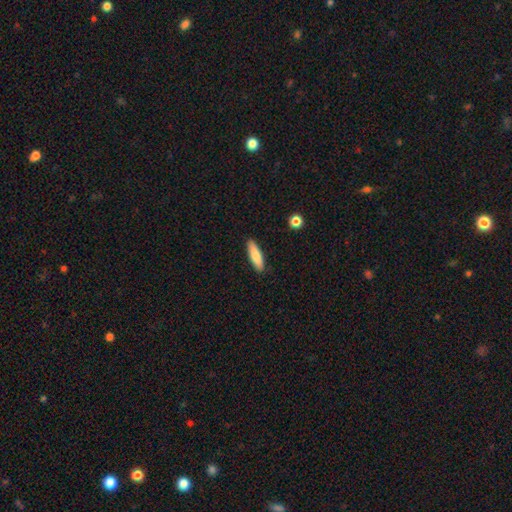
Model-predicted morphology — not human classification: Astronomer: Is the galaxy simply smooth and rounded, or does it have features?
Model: smooth — 82%.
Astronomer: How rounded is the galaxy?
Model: cigar-shaped — 65%.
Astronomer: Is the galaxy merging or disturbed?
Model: none — 89%.